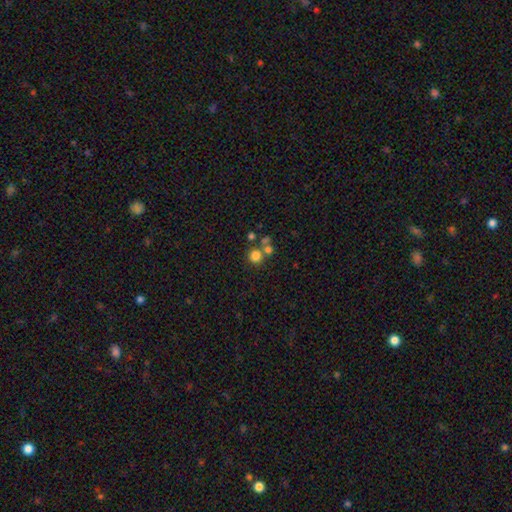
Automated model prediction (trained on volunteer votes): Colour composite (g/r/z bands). It shows a smooth galaxy with no disk features (77%) that is round (91%). Merging: none (62%).